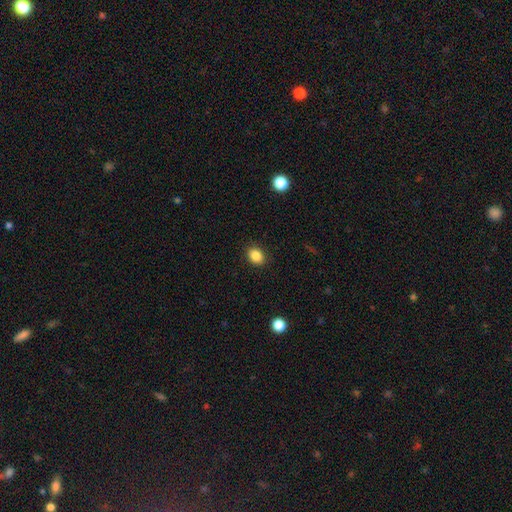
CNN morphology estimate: A smooth galaxy with no disk features (86%) that is in between round and cigar-shaped (59%). Merging: none (89%).